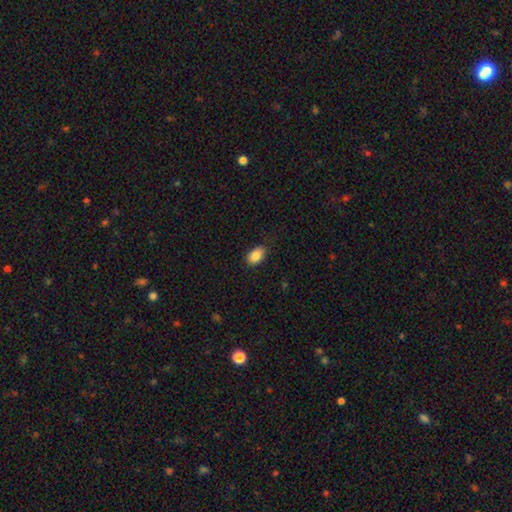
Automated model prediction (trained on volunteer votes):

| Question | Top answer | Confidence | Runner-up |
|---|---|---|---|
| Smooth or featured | smooth | 87% | star or artifact (8%) |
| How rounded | in between | 87% | round (12%) |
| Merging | none | 83% | minor disturbance (13%) |